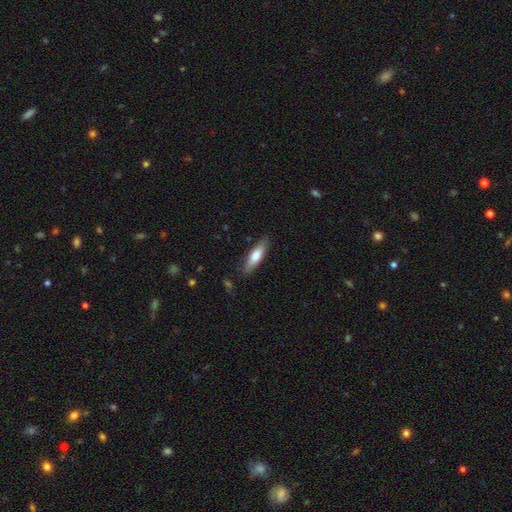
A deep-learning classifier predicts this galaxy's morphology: This is likely a smooth galaxy (69%). How rounded: likely cigar-shaped (65%). Merging: clearly none (84%).